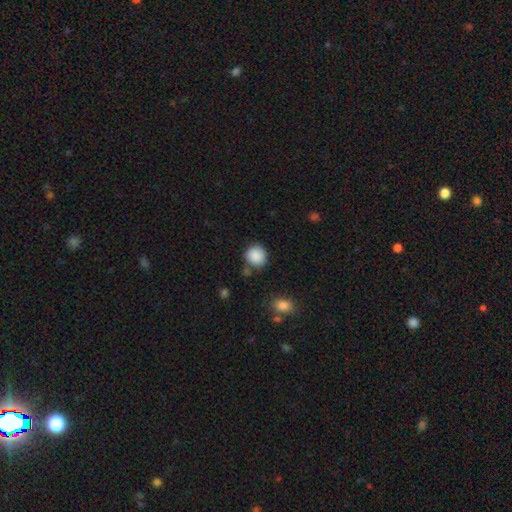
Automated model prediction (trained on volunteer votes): smooth-or-featured: smooth: 88% | star or artifact: 8% | featured or disk: 4%
  how-rounded: round: 88% | in between: 11% | cigar-shaped: 1%
  merging: none: 78% | minor disturbance: 13% | merger: 5% | major disturbance: 4%